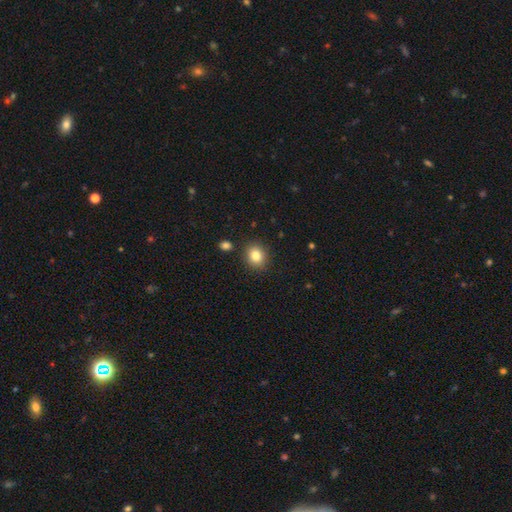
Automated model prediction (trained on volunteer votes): Smooth or featured? smooth (83%)
How rounded? round (71%)
Merging? none (88%)